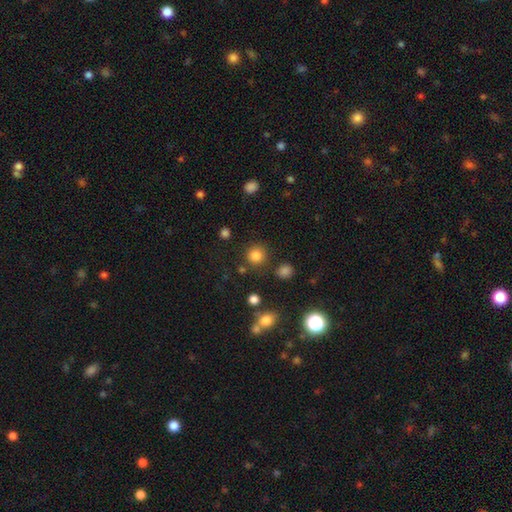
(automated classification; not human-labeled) Smooth or featured? Predicted: smooth (p=0.82). How rounded? Predicted: round (p=0.92). Merging? Predicted: none (p=0.84).